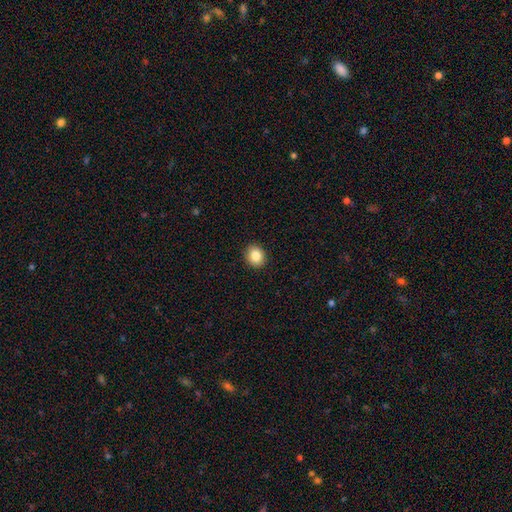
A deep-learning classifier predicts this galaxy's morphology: smooth 85%, star or artifact 9%, featured or disk 6%. Down the decision tree: how rounded — round (67%); merging — none (92%).